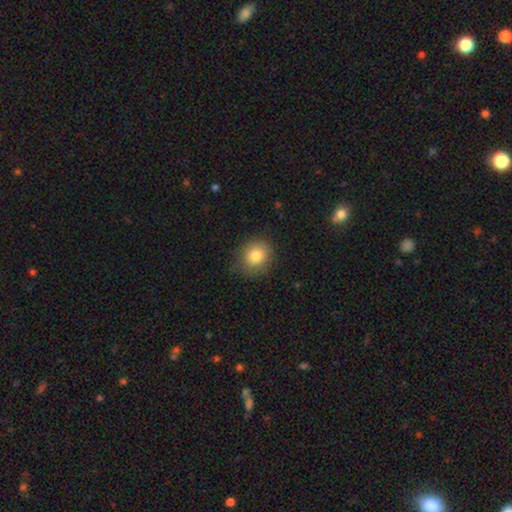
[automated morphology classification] This appears to be a smooth galaxy with no disk features (83%) that is round (73%). Merging: none (81%).